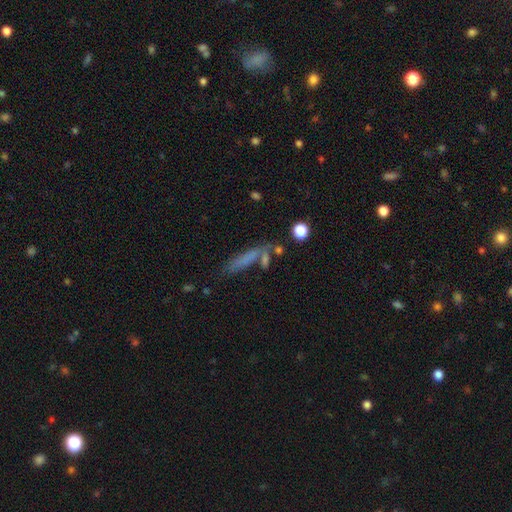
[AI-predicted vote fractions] Q: Smooth or featured?
A: smooth (59%); runner-up: featured or disk (27%)
Q: How rounded?
A: cigar-shaped (81%); runner-up: in between (15%)
Q: Merging?
A: none (60%); runner-up: minor disturbance (17%)